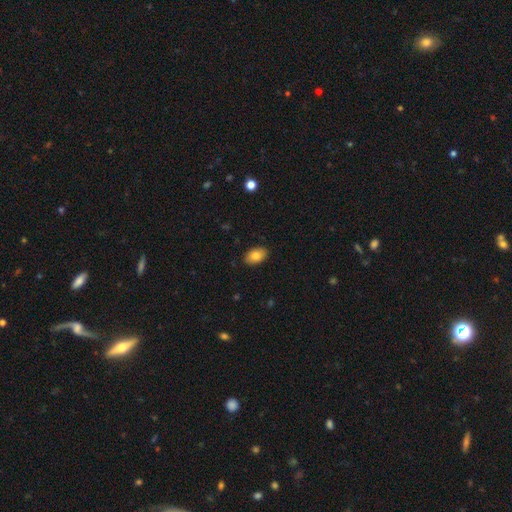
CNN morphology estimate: The model was most divided on "smooth or featured": smooth: 84%, featured or disk: 9%, star or artifact: 7%. More confident: how rounded — in between (91%); merging — none (89%).